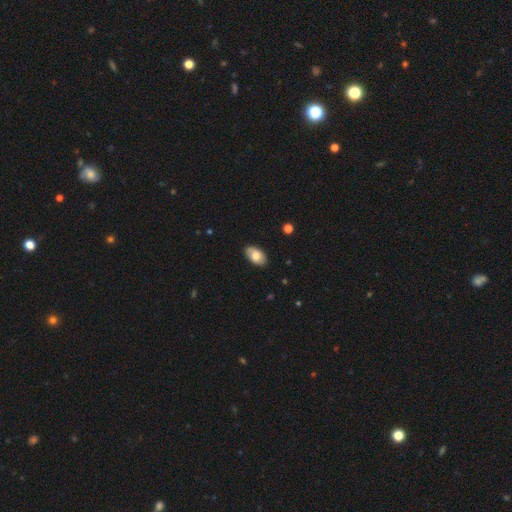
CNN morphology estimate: This appears to be a smooth galaxy with no disk features (75%) that is in between round and cigar-shaped (94%). Merging: none (84%).